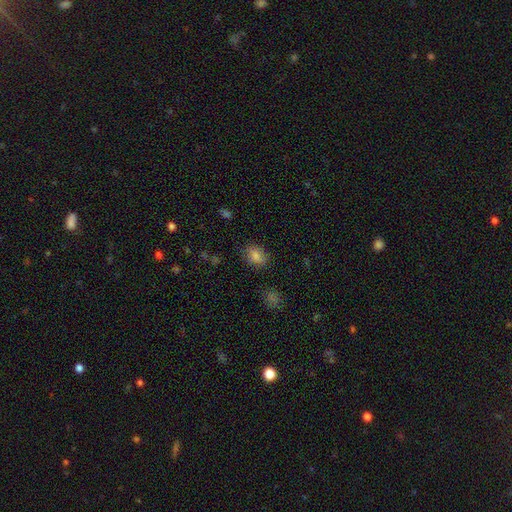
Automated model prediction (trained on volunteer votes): smooth_or_featured: smooth (p=0.83) [alt: star or artifact p=0.11]
how_rounded: in between (p=0.61) [alt: round p=0.38]
merging: none (p=0.83) [alt: minor disturbance p=0.12]